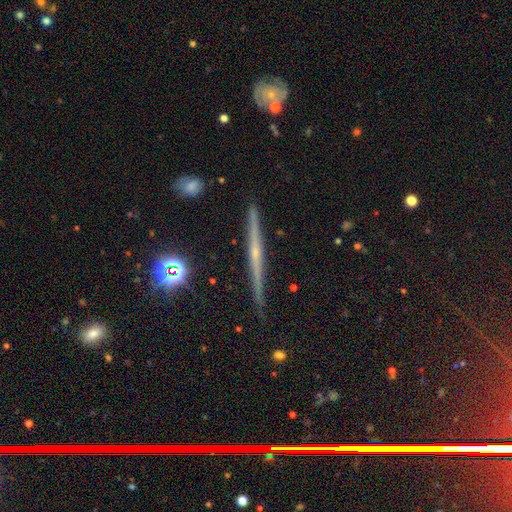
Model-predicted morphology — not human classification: Overall: featured or disk (73%). Edge-on disk: yes (98%). Edge-on bulge: rounded (49%; none 44%). Merging: none (91%).